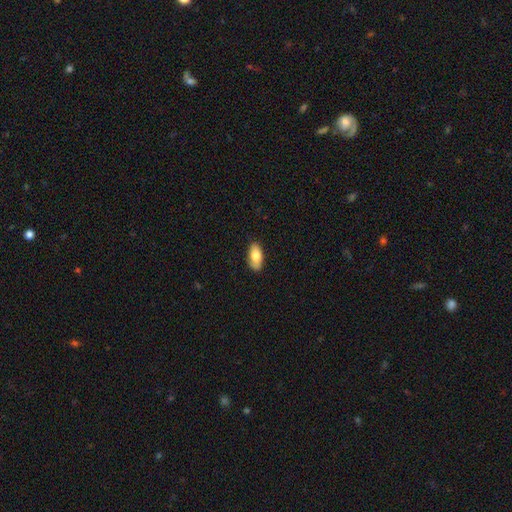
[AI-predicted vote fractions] Smooth or featured?
  - smooth: 78% *
  - featured or disk: 16%
  - star or artifact: 6%
How rounded?
  - in between: 90% *
  - cigar-shaped: 7%
  - round: 3%
Merging?
  - none: 85% *
  - minor disturbance: 12%
  - major disturbance: 2%
  - merger: 1%